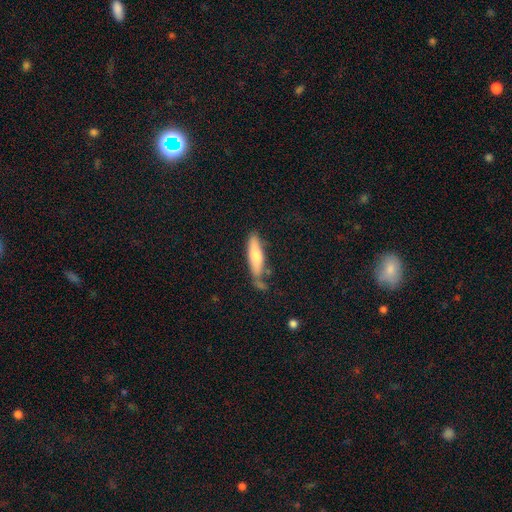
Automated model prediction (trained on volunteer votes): The model was most divided on "smooth or featured": smooth: 66%, featured or disk: 28%, star or artifact: 6%. More confident: how rounded — cigar-shaped (70%); merging — none (63%).